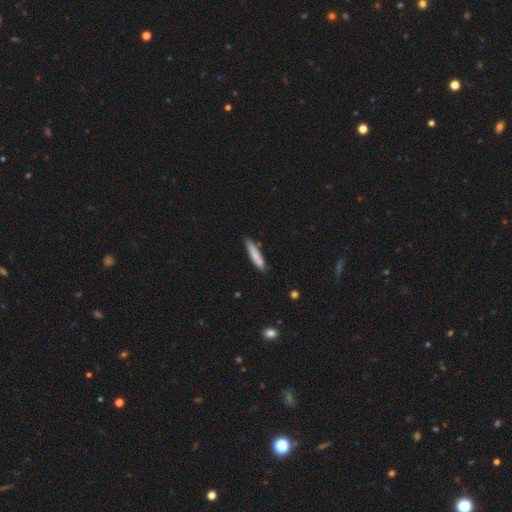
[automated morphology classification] A smooth galaxy with no disk features (76%) that is cigar-shaped (84%). Merging: none (77%).